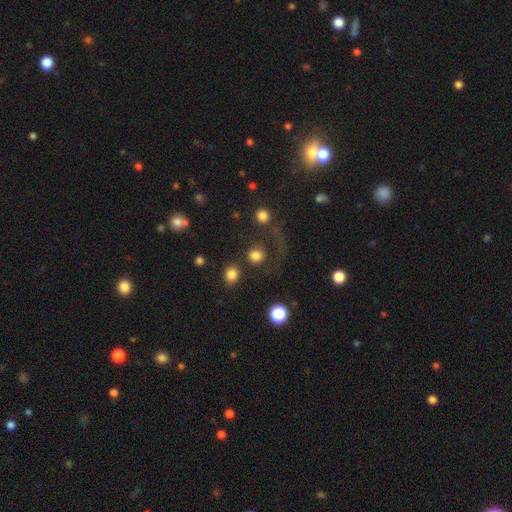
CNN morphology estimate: Smooth or featured? smooth (81%)
How rounded? round (81%)
Merging? none (63%)